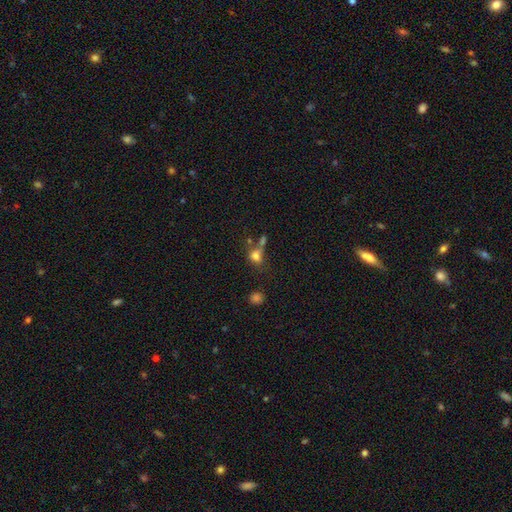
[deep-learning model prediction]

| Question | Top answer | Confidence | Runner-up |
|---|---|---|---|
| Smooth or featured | smooth | 73% | star or artifact (14%) |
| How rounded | round | 54% | in between (44%) |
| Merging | merger | 37% | none (36%) |